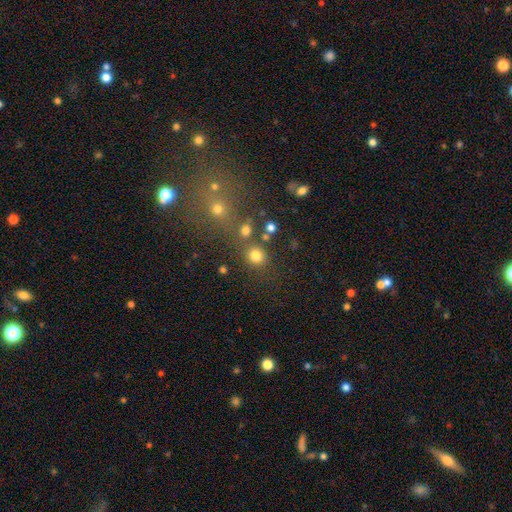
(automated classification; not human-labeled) A smooth galaxy with no disk features (78%) that is round (86%).

Vote fractions:
- Smooth or featured? smooth: 78% / star or artifact: 16% / featured or disk: 6%
- How rounded? round: 86% / in between: 13% / cigar-shaped: 1%
- Merging? none: 72% / merger: 14% / minor disturbance: 9% / major disturbance: 5%